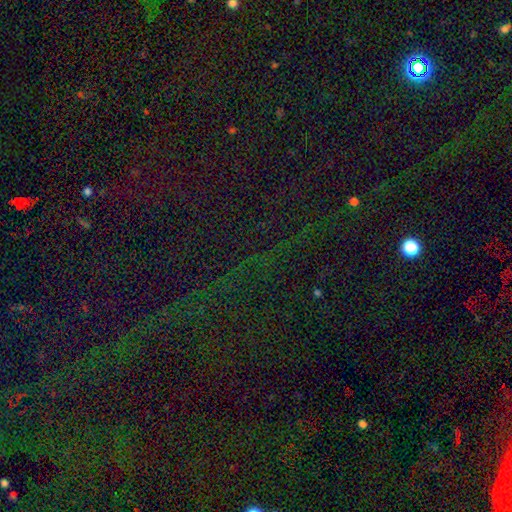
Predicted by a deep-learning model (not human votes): smooth_or_featured: star or artifact (p=0.81) [alt: smooth p=0.12]